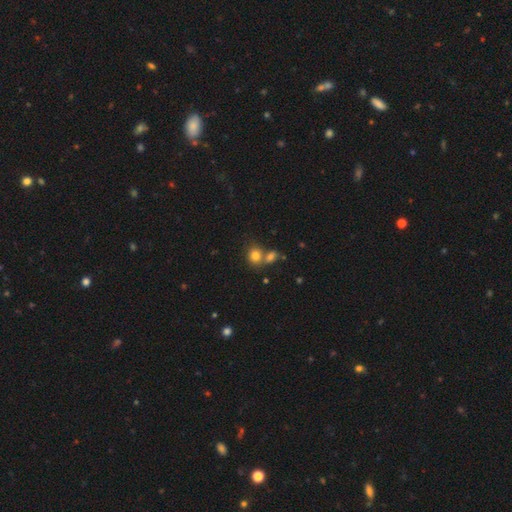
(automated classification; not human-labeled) Q: Smooth or featured?
A: smooth (80%); runner-up: star or artifact (12%)
Q: How rounded?
A: round (68%); runner-up: in between (31%)
Q: Merging?
A: none (48%); runner-up: merger (39%)